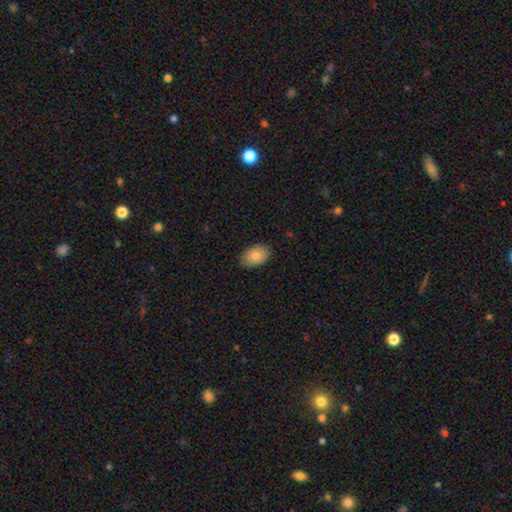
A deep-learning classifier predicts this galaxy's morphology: A smooth galaxy with no disk features (84%) that is in between round and cigar-shaped (87%).

Vote fractions:
- Smooth or featured? smooth: 84% / featured or disk: 10% / star or artifact: 7%
- How rounded? in between: 87% / round: 12% / cigar-shaped: 1%
- Merging? none: 85% / minor disturbance: 12% / major disturbance: 2% / merger: 1%